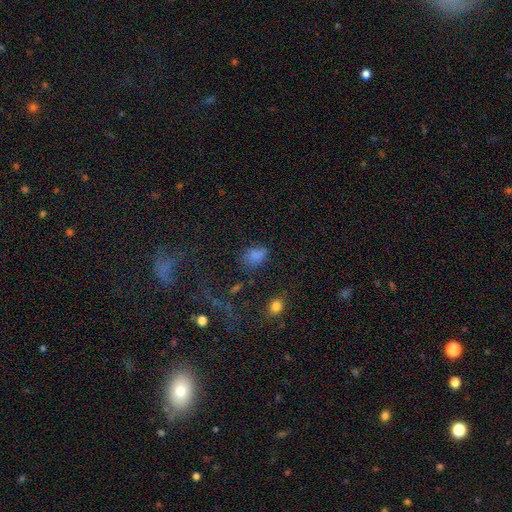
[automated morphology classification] Smooth or featured? smooth (75%)
How rounded? in between (73%)
Merging? none (59%)